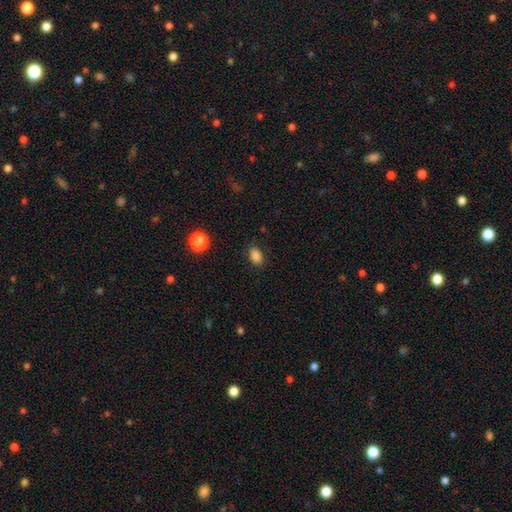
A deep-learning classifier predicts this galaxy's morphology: This is clearly a smooth galaxy (85%). How rounded: clearly in between (82%). Merging: clearly none (86%).